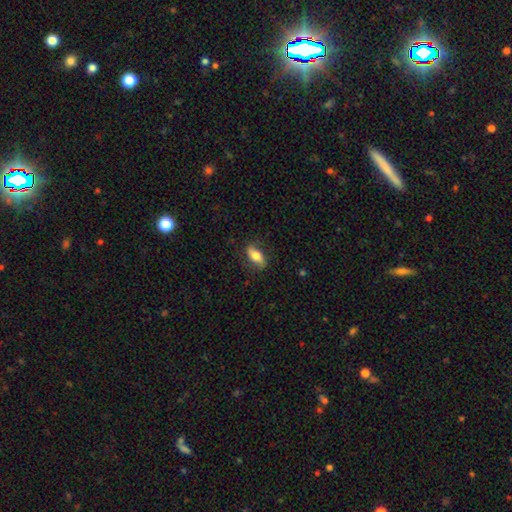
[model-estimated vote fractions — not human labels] This is likely a smooth galaxy (65%). How rounded: clearly in between (81%). Merging: likely none (76%).